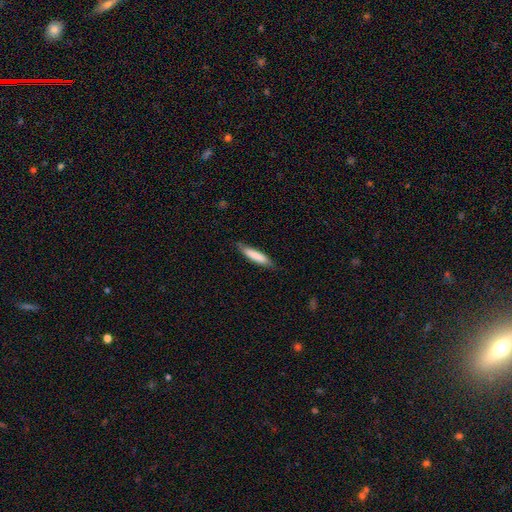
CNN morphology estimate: smooth 79%, featured or disk 16%, star or artifact 5%. Down the decision tree: how rounded — cigar-shaped (83%); merging — none (79%).